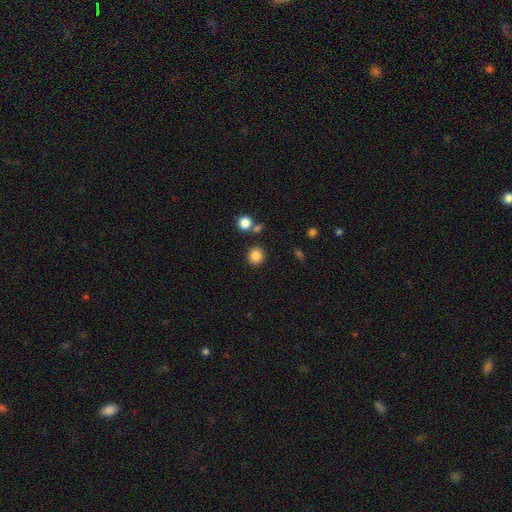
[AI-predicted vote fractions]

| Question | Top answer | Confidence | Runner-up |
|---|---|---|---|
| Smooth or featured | smooth | 85% | star or artifact (11%) |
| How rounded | round | 90% | in between (9%) |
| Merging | none | 86% | minor disturbance (6%) |